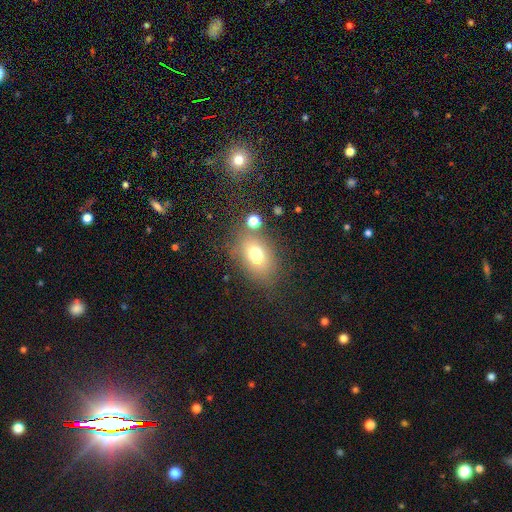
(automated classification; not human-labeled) This is likely a smooth galaxy (68%). How rounded: likely in between (72%). Merging: likely none (73%).